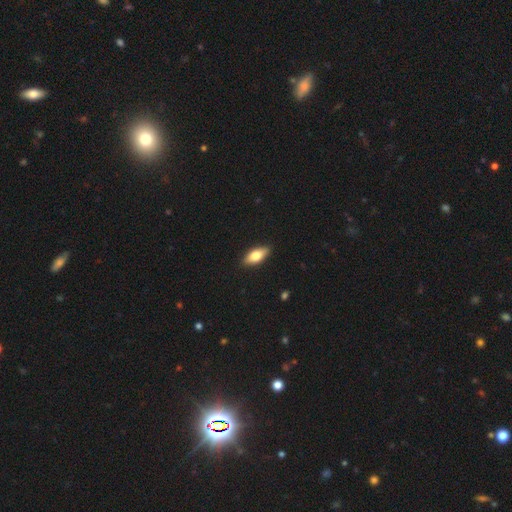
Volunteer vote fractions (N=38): Smooth or featured: smooth — 63% (featured or disk — 34%)
How rounded: in between — 83% (cigar-shaped — 12%)
Merging: none — 92% (minor disturbance — 5%)